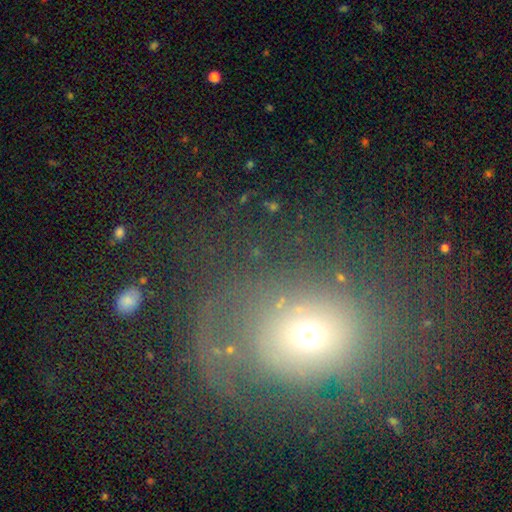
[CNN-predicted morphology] A smooth galaxy with no disk features (51%) that is round (64%).

Vote fractions:
- Smooth or featured? smooth: 51% / featured or disk: 27% / star or artifact: 22%
- How rounded? round: 64% / in between: 35% / cigar-shaped: 1%
- Merging? none: 47% / major disturbance: 30% / minor disturbance: 17% / merger: 6%